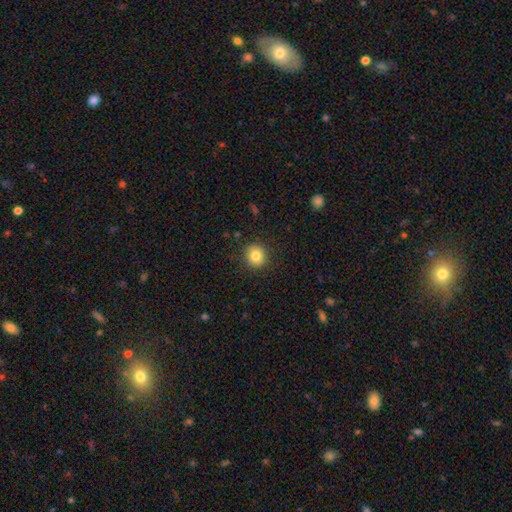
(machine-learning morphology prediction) Overall: smooth (83%). How rounded: round (86%). Merging: none (90%).